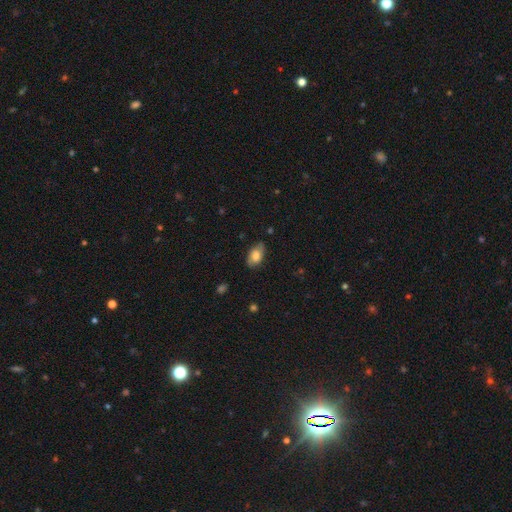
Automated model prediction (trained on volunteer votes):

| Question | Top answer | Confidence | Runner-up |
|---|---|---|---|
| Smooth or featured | smooth | 70% | featured or disk (23%) |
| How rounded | in between | 91% | round (7%) |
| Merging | none | 75% | minor disturbance (20%) |